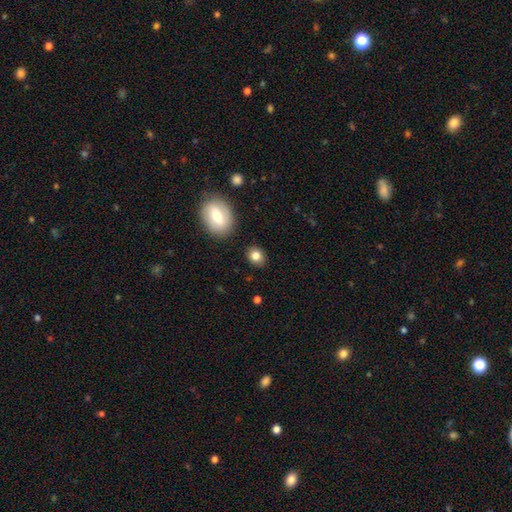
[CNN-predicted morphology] A smooth galaxy with no disk features (82%) that is round (56%).

Vote fractions:
- Smooth or featured? smooth: 82% / star or artifact: 9% / featured or disk: 8%
- How rounded? round: 56% / in between: 43% / cigar-shaped: 1%
- Merging? none: 86% / minor disturbance: 10% / major disturbance: 2% / merger: 2%